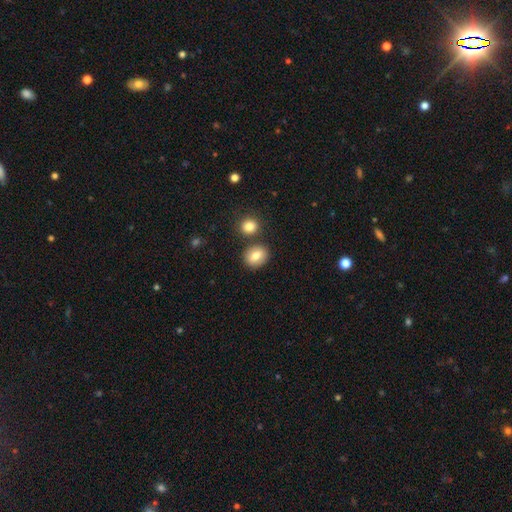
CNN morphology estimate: Overall: smooth (80%). How rounded: round (54%; in between 45%). Merging: none (76%).